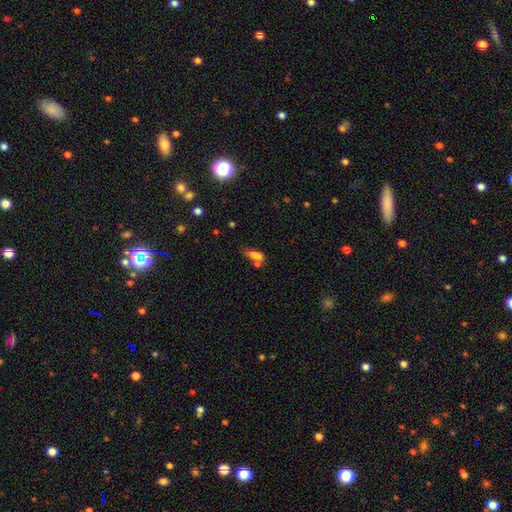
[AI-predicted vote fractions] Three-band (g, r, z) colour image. It shows a smooth galaxy with no disk features (65%) that is in between round and cigar-shaped (64%). Merging: merger (35%).